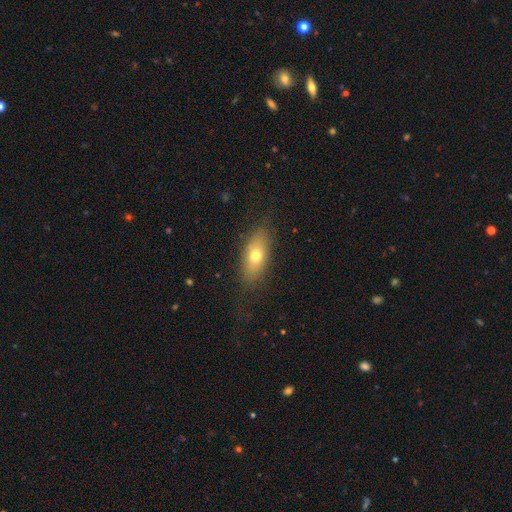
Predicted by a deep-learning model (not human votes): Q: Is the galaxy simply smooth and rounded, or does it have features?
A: smooth — 68%.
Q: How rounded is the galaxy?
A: in between — 78%.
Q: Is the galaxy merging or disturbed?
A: none — 79%.